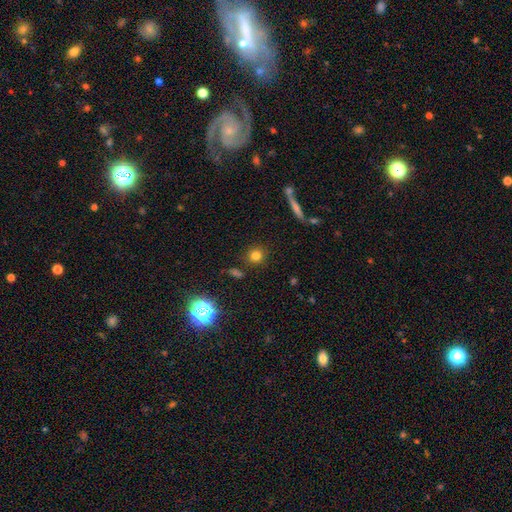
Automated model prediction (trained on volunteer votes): Overall: smooth (78%). How rounded: round (89%). Merging: none (86%).